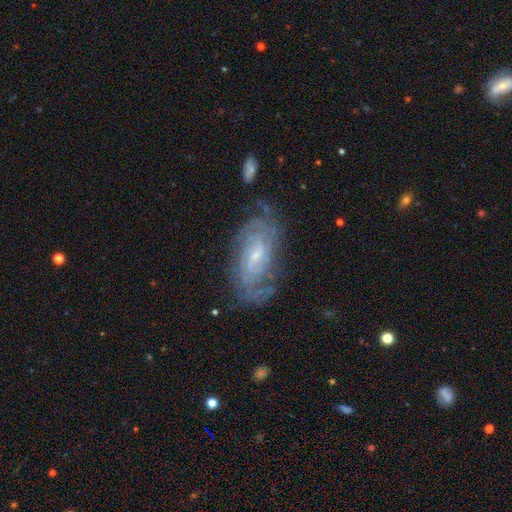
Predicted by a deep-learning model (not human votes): smooth-or-featured: featured or disk: 80% | smooth: 13% | star or artifact: 8%
  disk-edge-on: no: 94% | yes: 6%
    bar: weak: 47% | no: 42% | strong: 11%
    has-spiral-arms: yes: 92% | no: 8%
      spiral-winding: tight: 57% | medium: 33% | loose: 10%
      spiral-arm-count: can't tell: 43% | 2: 25% | 3: 13% | 4: 10% | more than 4: 5% | 1: 5%
    bulge-size: small: 67% | moderate: 25% | none: 5% | large: 2% | dominant: 1%
  merging: none: 69% | minor disturbance: 19% | major disturbance: 9% | merger: 3%